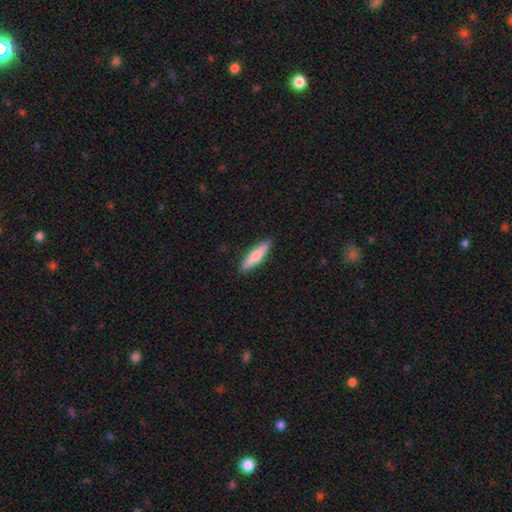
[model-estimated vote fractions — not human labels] A smooth galaxy with no disk features (72%) that is cigar-shaped (77%). Merging: none (90%).